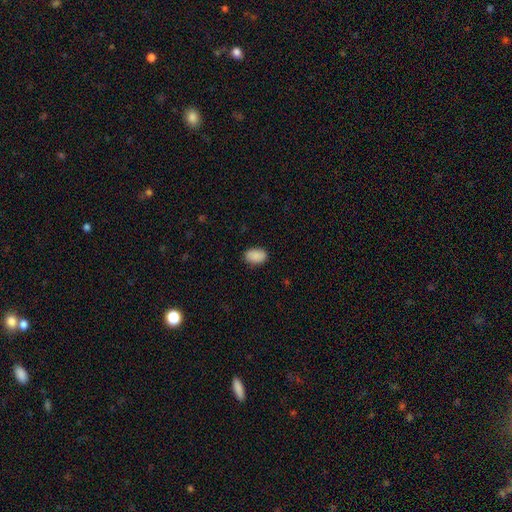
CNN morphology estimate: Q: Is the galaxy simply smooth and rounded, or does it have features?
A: smooth — 89%.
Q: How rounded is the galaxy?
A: in between — 89%.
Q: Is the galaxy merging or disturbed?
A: none — 85%.